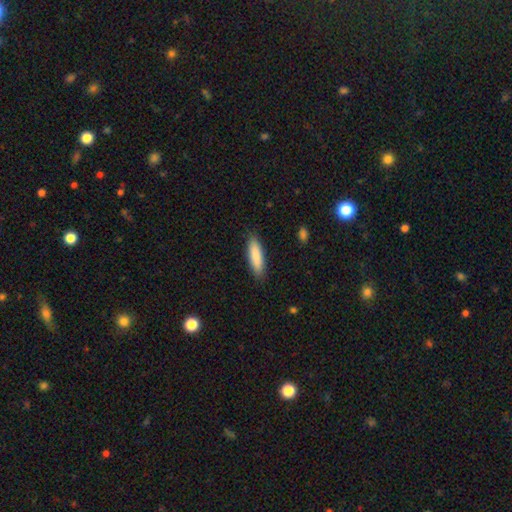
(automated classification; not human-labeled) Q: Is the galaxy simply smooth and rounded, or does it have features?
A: smooth — 86%.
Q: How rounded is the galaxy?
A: cigar-shaped — 61%.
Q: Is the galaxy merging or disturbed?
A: none — 88%.